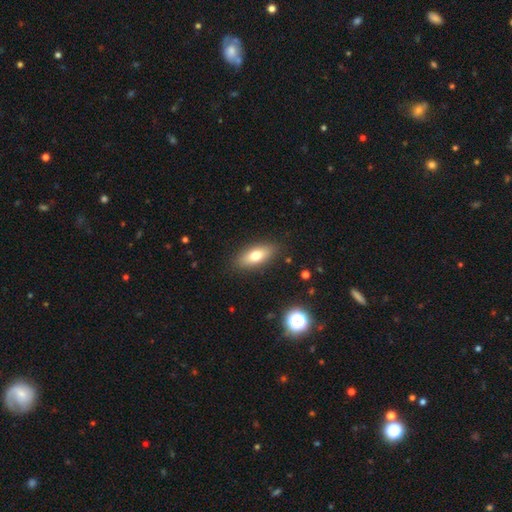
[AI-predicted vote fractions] Smooth or featured? smooth (71%)
How rounded? in between (75%)
Merging? none (86%)